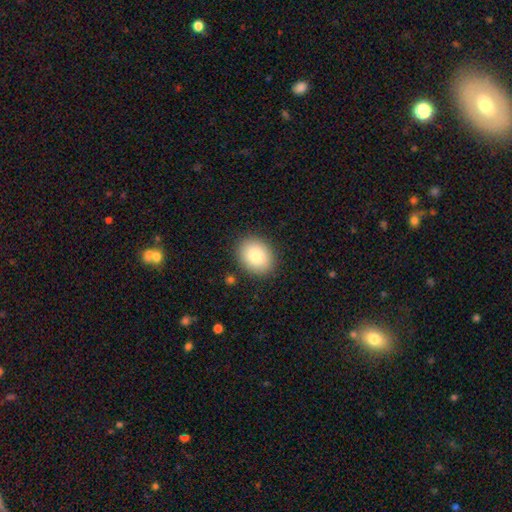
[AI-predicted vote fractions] Smooth or featured? Predicted: smooth (p=0.85). How rounded? Predicted: in between (p=0.54). Merging? Predicted: none (p=0.88).